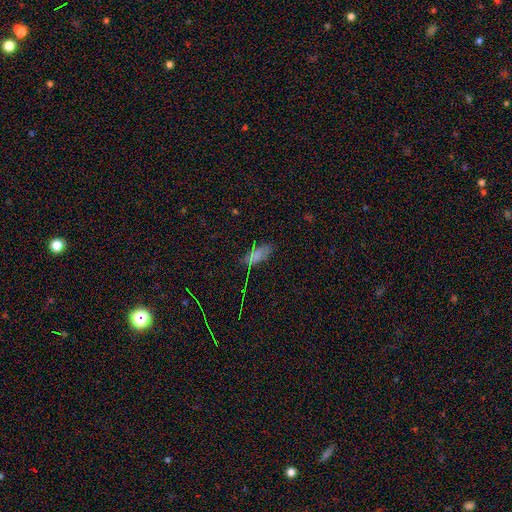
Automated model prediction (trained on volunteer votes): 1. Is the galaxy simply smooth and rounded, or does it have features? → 67% smooth, 23% star or artifact, 10% featured or disk.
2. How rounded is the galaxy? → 88% in between, 9% cigar-shaped, 3% round.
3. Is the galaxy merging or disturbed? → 76% none, 17% minor disturbance, 5% major disturbance, 2% merger.